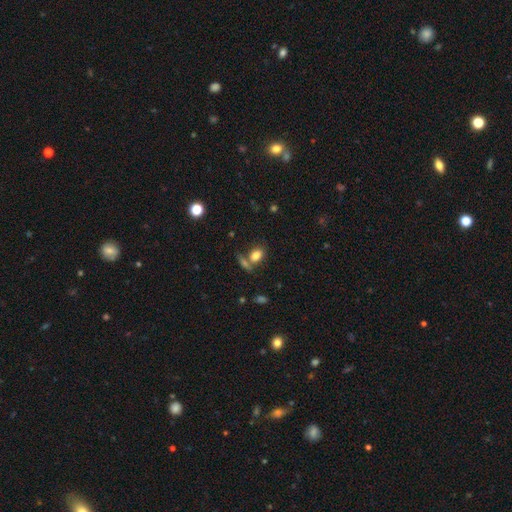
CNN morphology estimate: Smooth or featured? smooth (81%)
How rounded? in between (78%)
Merging? none (53%)